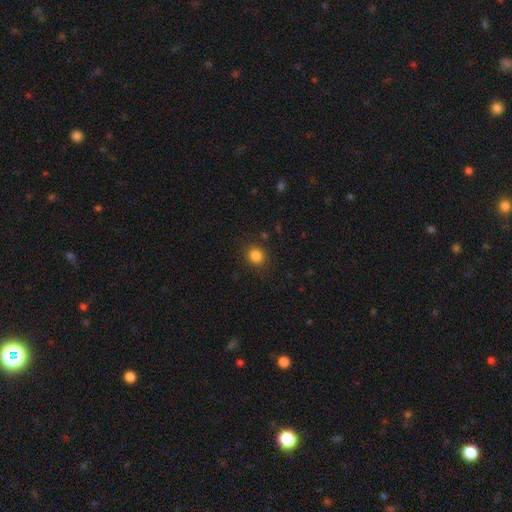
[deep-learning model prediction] This appears to be a smooth galaxy with no disk features (84%) that is round (73%). Merging: none (87%).